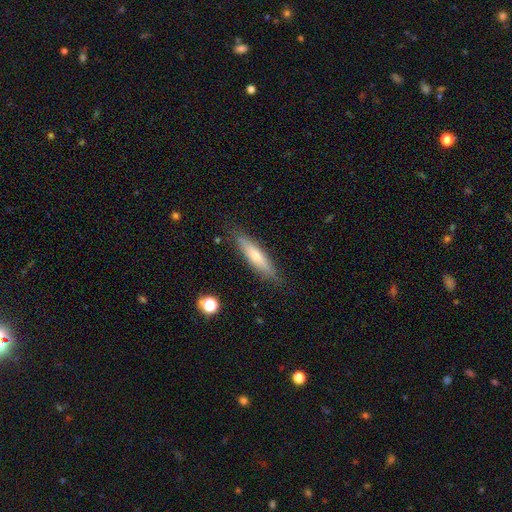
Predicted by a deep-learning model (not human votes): A smooth galaxy with no disk features (64%) that is cigar-shaped (83%). Merging: none (83%).